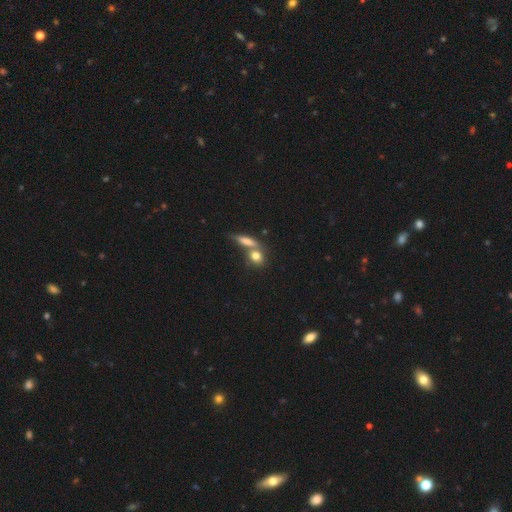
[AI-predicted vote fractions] Q: Smooth or featured?
A: smooth (75%); runner-up: featured or disk (14%)
Q: How rounded?
A: round (58%); runner-up: in between (29%)
Q: Merging?
A: none (50%); runner-up: merger (36%)